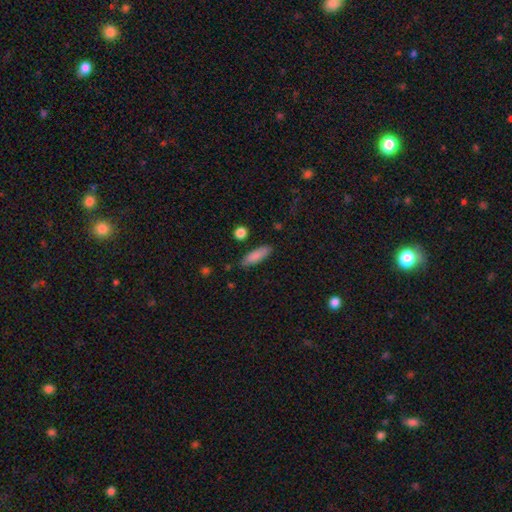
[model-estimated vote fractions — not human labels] Smooth or featured?
  - smooth: 85% *
  - featured or disk: 9%
  - star or artifact: 7%
How rounded?
  - in between: 49% * (tied)
  - cigar-shaped: 49% * (tied)
  - round: 2%
Merging?
  - none: 82% *
  - minor disturbance: 13%
  - major disturbance: 3%
  - merger: 2%